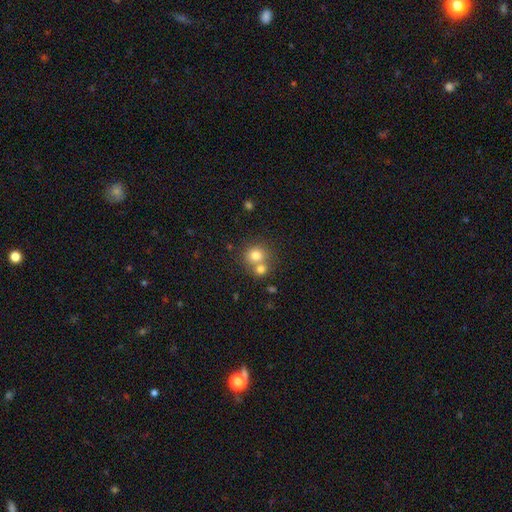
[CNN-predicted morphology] This is likely a smooth galaxy (75%). How rounded: clearly round (85%). Merging: possibly none (47%).